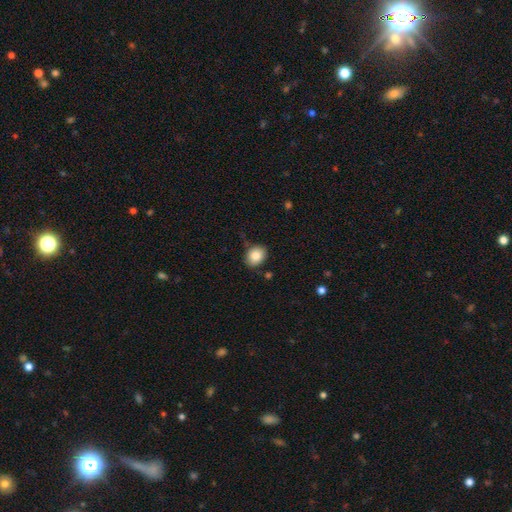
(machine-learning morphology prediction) A smooth galaxy with no disk features (84%) that is round (57%). Merging: none (81%).